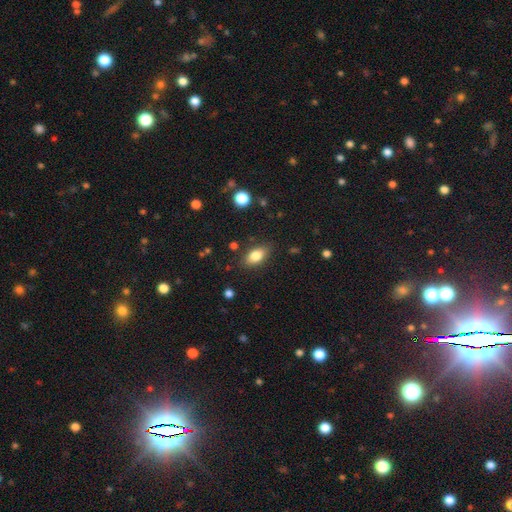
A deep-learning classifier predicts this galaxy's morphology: This is clearly a smooth galaxy (80%). How rounded: clearly in between (86%). Merging: clearly none (83%).